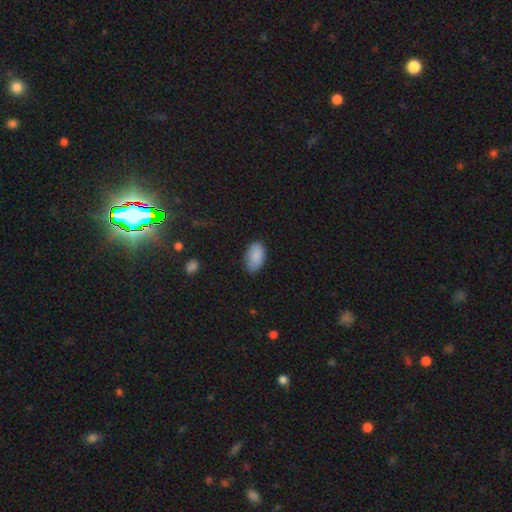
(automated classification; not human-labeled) Morphology: type=smooth (87%); roundness=in between (94%); merging=none (78%).